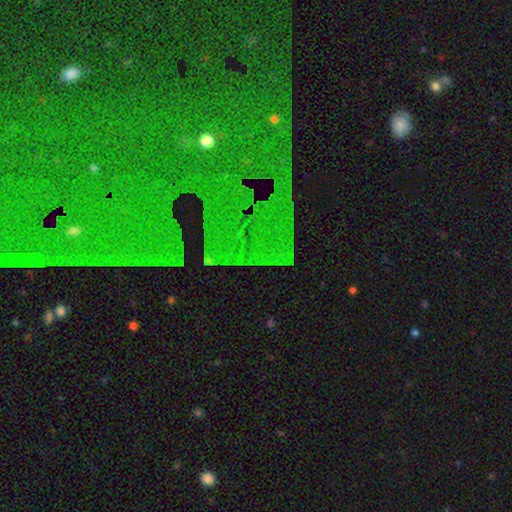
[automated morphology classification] Smooth or featured? Predicted: star or artifact (p=0.81).